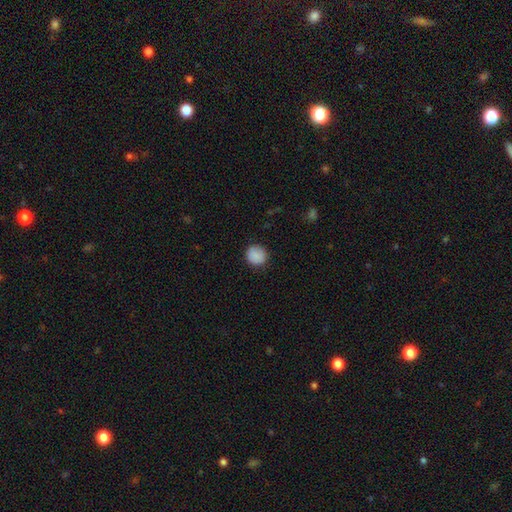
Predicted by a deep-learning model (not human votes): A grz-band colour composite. It shows a smooth galaxy with no disk features (88%) that is round (88%). Merging: none (86%).